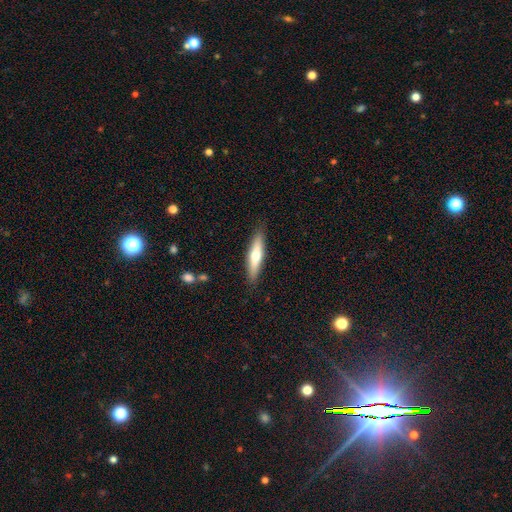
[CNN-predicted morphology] smooth 53%, featured or disk 41%, star or artifact 6%. Down the decision tree: how rounded — cigar-shaped (79%); merging — none (88%).